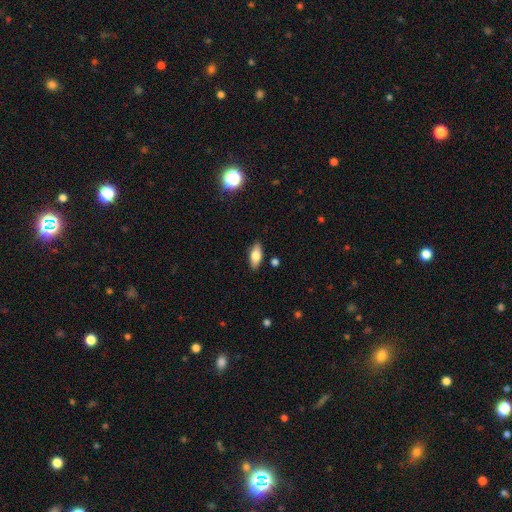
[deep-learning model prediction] smooth_or_featured: smooth (p=0.72) [alt: featured or disk p=0.21]
how_rounded: in between (p=0.81) [alt: cigar-shaped p=0.16]
merging: none (p=0.86) [alt: minor disturbance p=0.10]